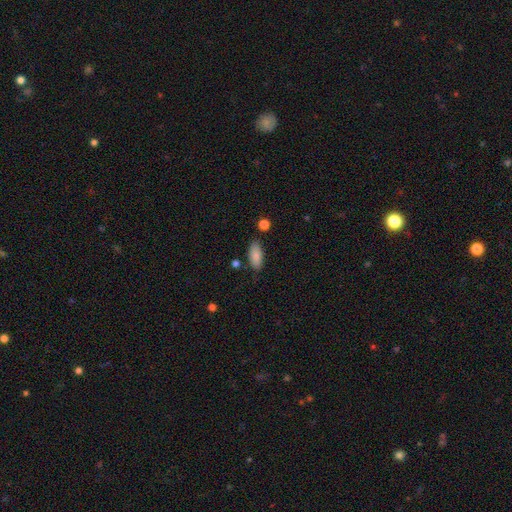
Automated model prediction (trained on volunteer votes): Smooth or featured?
  - smooth: 87% *
  - star or artifact: 7%
  - featured or disk: 6%
How rounded?
  - in between: 84% *
  - cigar-shaped: 13%
  - round: 2%
Merging?
  - none: 82% *
  - minor disturbance: 12%
  - merger: 3%
  - major disturbance: 3%